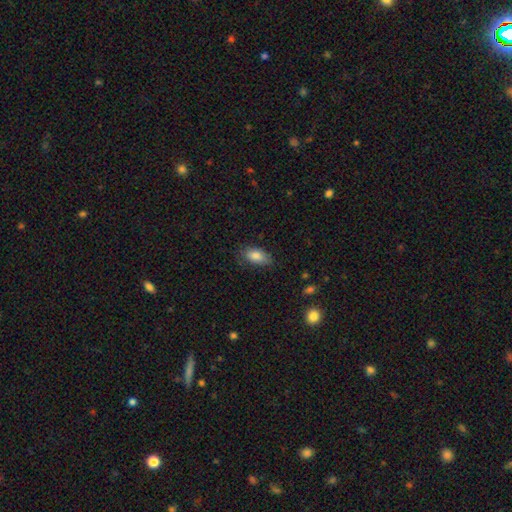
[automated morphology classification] A smooth galaxy with no disk features (85%) that is in between round and cigar-shaped (92%). Merging: none (72%).